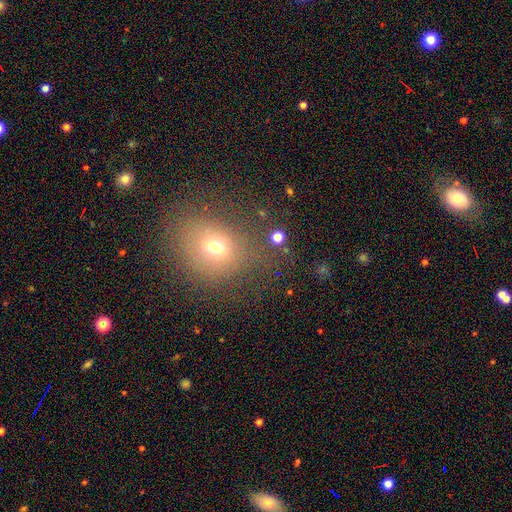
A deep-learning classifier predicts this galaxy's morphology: type=smooth (62%); roundness=round (68%); merging=none (76%).